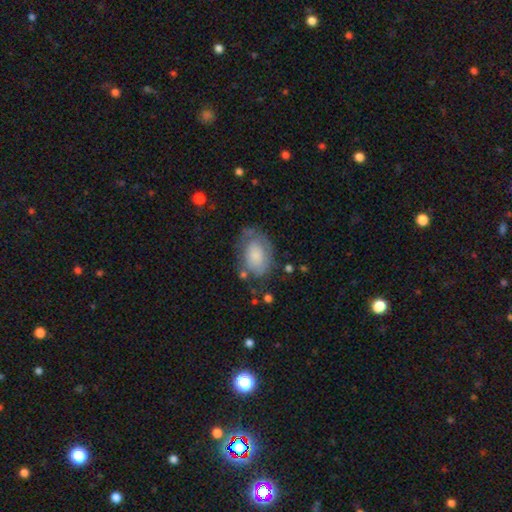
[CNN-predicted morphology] smooth_or_featured: smooth (p=0.69) [alt: featured or disk p=0.24]
how_rounded: in between (p=0.86) [alt: round p=0.13]
merging: none (p=0.55) [alt: minor disturbance p=0.26]